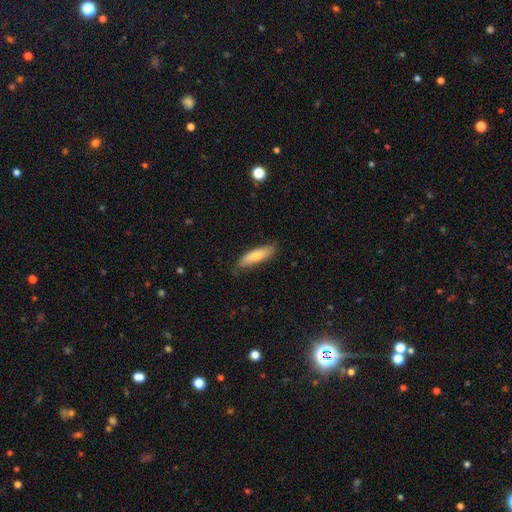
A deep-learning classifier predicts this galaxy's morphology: smooth_or_featured: smooth (p=0.76) [alt: featured or disk p=0.18]
how_rounded: cigar-shaped (p=0.61) [alt: in between p=0.37]
merging: none (p=0.80) [alt: minor disturbance p=0.16]